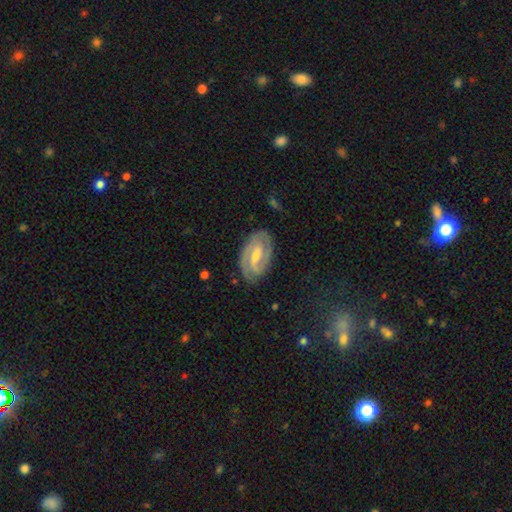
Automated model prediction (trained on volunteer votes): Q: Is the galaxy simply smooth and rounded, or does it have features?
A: featured or disk — 85%.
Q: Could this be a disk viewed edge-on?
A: no — 96%.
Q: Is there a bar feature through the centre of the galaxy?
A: weak — 49%.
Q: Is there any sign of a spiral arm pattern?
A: yes — 95%.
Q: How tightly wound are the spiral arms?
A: tight — 53%.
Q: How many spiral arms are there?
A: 2 — 84%.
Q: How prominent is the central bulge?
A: small — 52%.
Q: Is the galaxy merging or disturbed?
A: none — 83%.